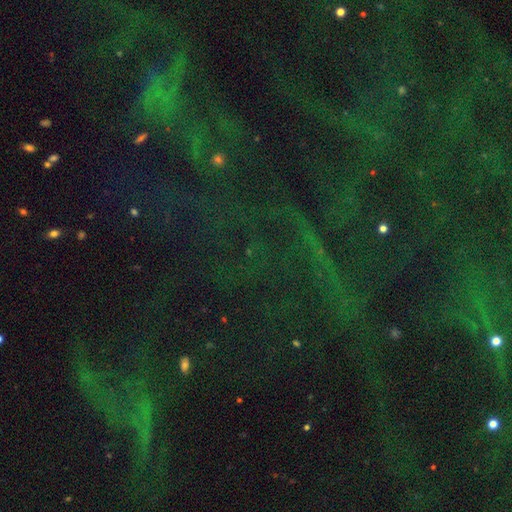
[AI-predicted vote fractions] A star or artifact, not a galaxy (81%).

Vote fractions:
- Smooth or featured? star or artifact: 81% / featured or disk: 10% / smooth: 9%